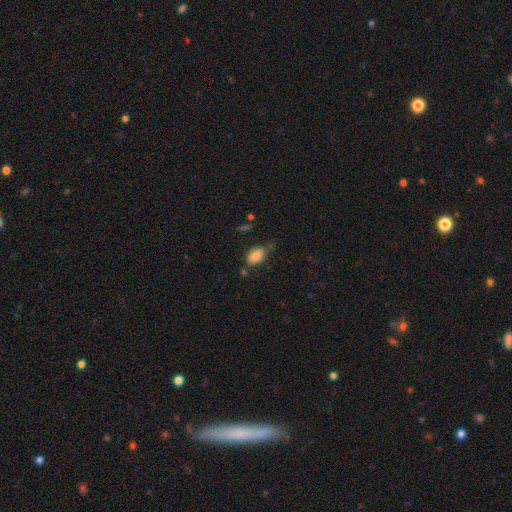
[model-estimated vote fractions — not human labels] Smooth or featured: smooth — 83% (featured or disk — 9%)
How rounded: in between — 90% (round — 7%)
Merging: none — 56% (minor disturbance — 28%)